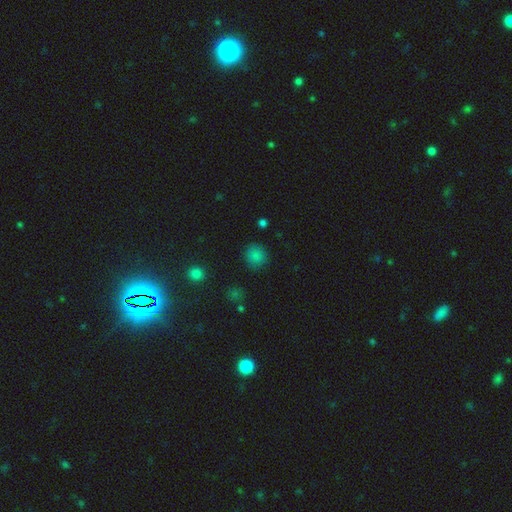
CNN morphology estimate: Q: Smooth or featured?
A: smooth (83%); runner-up: star or artifact (13%)
Q: How rounded?
A: round (88%); runner-up: in between (11%)
Q: Merging?
A: none (86%); runner-up: minor disturbance (9%)